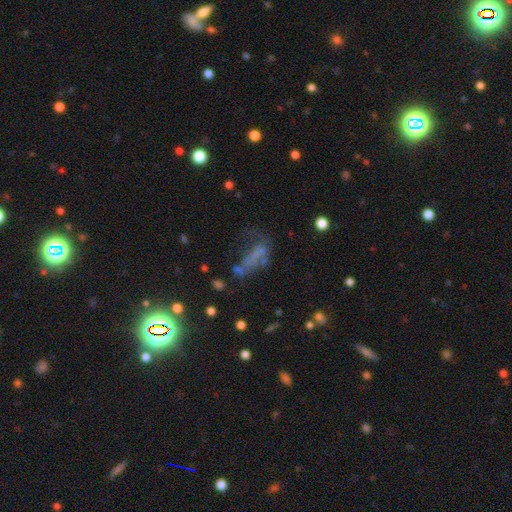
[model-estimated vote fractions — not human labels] smooth-or-featured: smooth: 40% | featured or disk: 33% | star or artifact: 26%
  merging: major disturbance: 39% | none: 28% | minor disturbance: 19% | merger: 13%